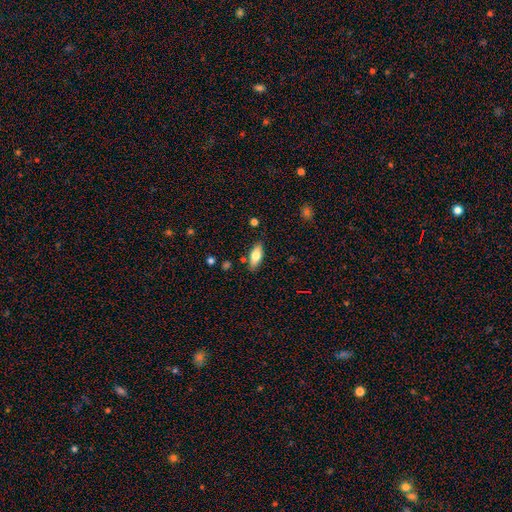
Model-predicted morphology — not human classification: Smooth or featured: smooth — 69% (featured or disk — 24%)
How rounded: in between — 77% (cigar-shaped — 20%)
Merging: none — 84% (minor disturbance — 11%)